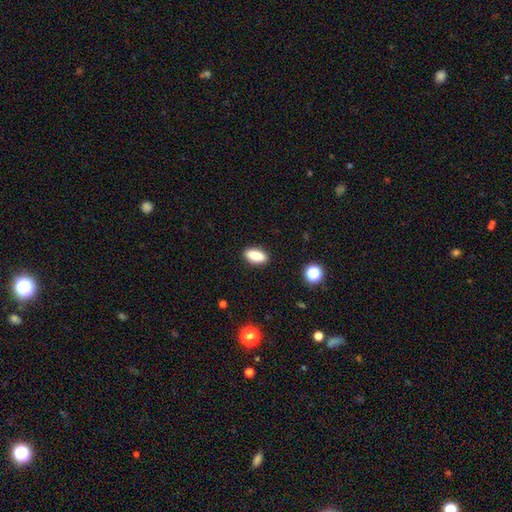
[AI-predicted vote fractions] Smooth or featured?
  - smooth: 85% *
  - star or artifact: 8%
  - featured or disk: 7%
How rounded?
  - in between: 88% *
  - cigar-shaped: 8%
  - round: 4%
Merging?
  - none: 89% *
  - minor disturbance: 7%
  - major disturbance: 2%
  - merger: 1%